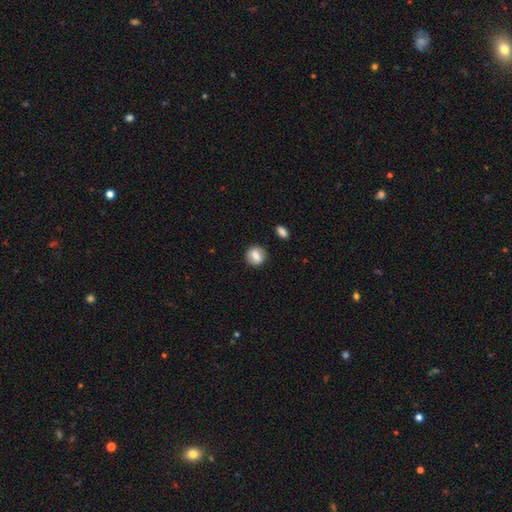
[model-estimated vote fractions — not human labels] smooth_or_featured: smooth (p=0.73) [alt: featured or disk p=0.19]
how_rounded: round (p=0.73) [alt: in between p=0.25]
merging: none (p=0.85) [alt: minor disturbance p=0.10]